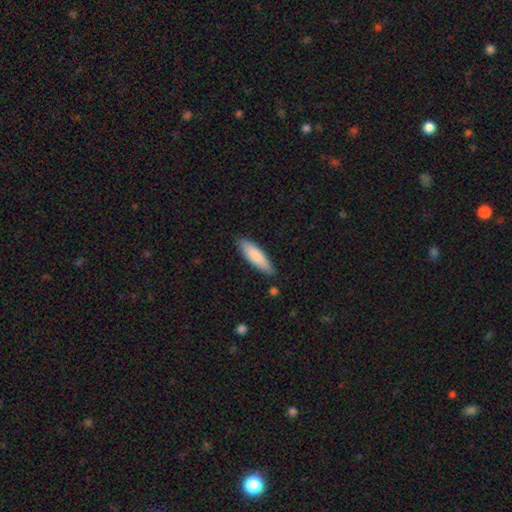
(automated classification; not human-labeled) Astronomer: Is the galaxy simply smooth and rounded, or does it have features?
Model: smooth — 82%.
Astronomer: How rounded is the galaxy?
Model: cigar-shaped — 55% (runner-up: in between, 44%).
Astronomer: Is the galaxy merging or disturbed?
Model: none — 82%.